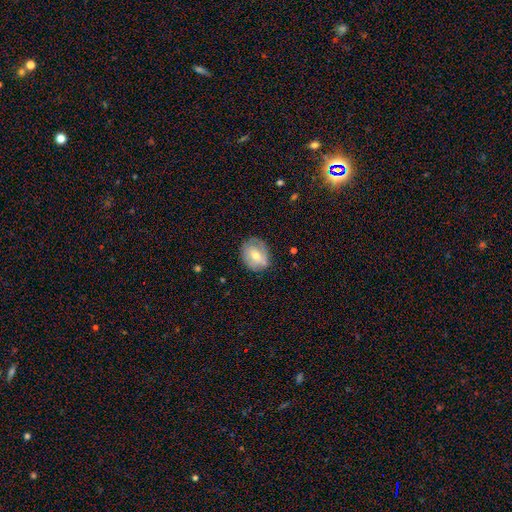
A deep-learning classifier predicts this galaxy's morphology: This is possibly a smooth galaxy (53%). How rounded: possibly round (53%). Merging: likely none (72%).